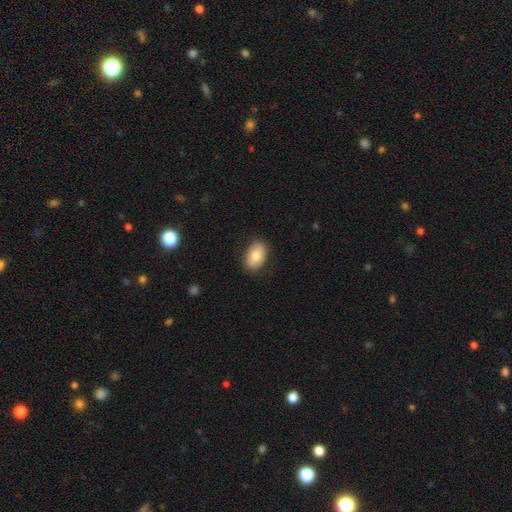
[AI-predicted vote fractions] A smooth galaxy with no disk features (77%) that is in between round and cigar-shaped (87%).

Vote fractions:
- Smooth or featured? smooth: 77% / featured or disk: 16% / star or artifact: 7%
- How rounded? in between: 87% / round: 12% / cigar-shaped: 1%
- Merging? none: 83% / minor disturbance: 13% / major disturbance: 3% / merger: 1%